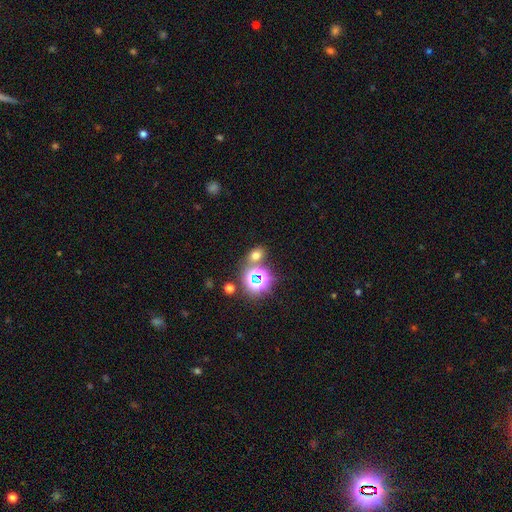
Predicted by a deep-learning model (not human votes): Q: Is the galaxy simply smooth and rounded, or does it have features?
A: smooth — 59%.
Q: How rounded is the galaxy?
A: in between — 55%.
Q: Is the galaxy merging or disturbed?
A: none — 71%.